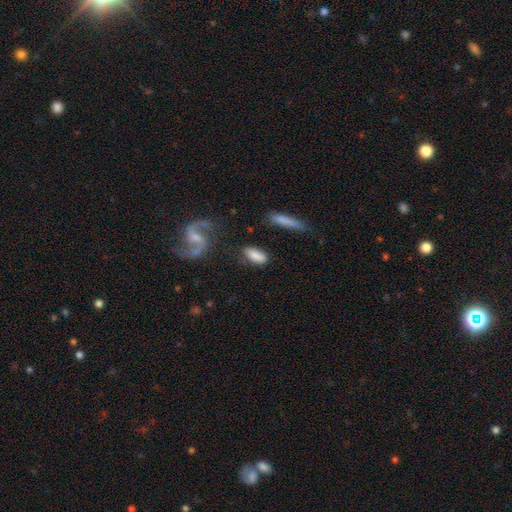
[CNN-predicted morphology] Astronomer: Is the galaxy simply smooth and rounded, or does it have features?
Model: smooth — 77%.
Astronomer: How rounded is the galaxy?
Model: in between — 80%.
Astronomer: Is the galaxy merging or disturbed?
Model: none — 72%.